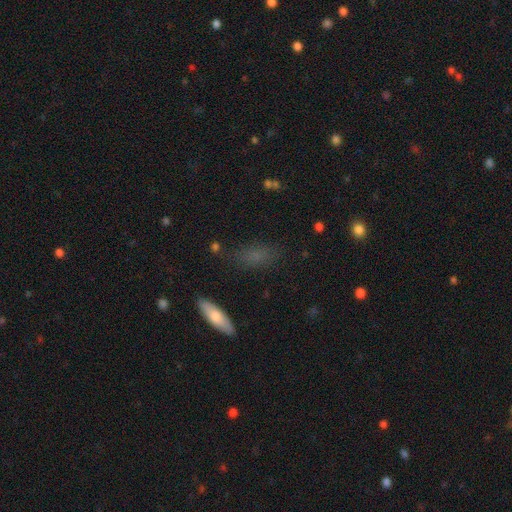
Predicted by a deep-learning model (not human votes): A smooth galaxy with no disk features (67%) that is in between round and cigar-shaped (69%). Merging: none (76%).